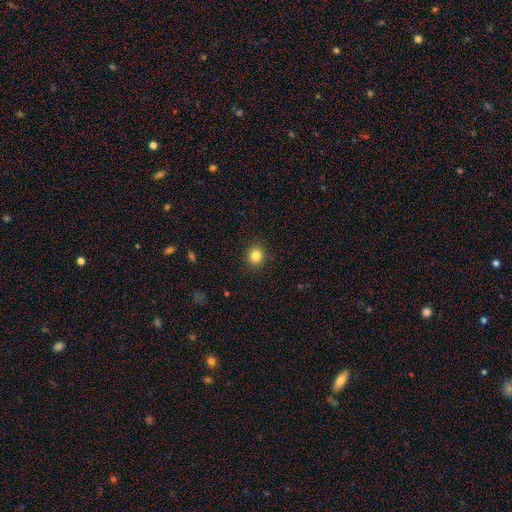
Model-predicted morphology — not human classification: Smooth or featured? Predicted: smooth (p=0.84). How rounded? Predicted: round (p=0.83). Merging? Predicted: none (p=0.91).